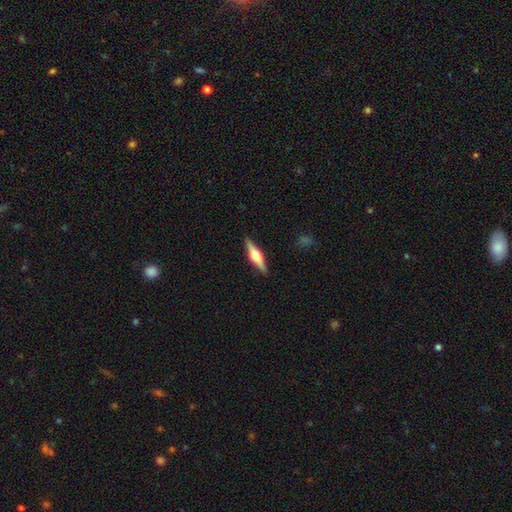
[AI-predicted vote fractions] Q: Smooth or featured?
A: featured or disk (69%); runner-up: smooth (26%)
Q: Edge-on disk?
A: yes (97%); runner-up: no (3%)
Q: Edge-on bulge?
A: rounded (92%); runner-up: boxy (6%)
Q: Merging?
A: none (90%); runner-up: minor disturbance (7%)